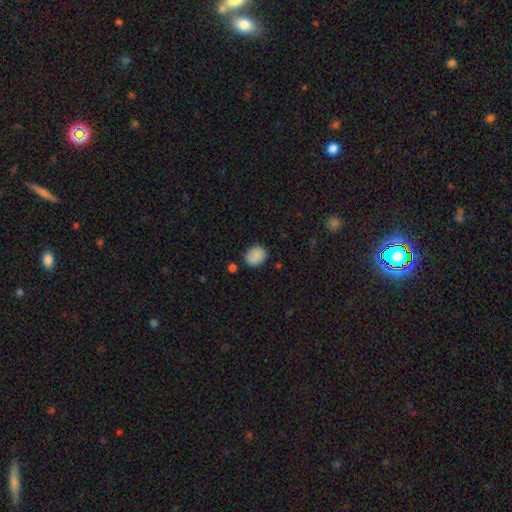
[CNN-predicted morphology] This appears to be a smooth galaxy with no disk features (87%) that is round (58%). Merging: none (81%).